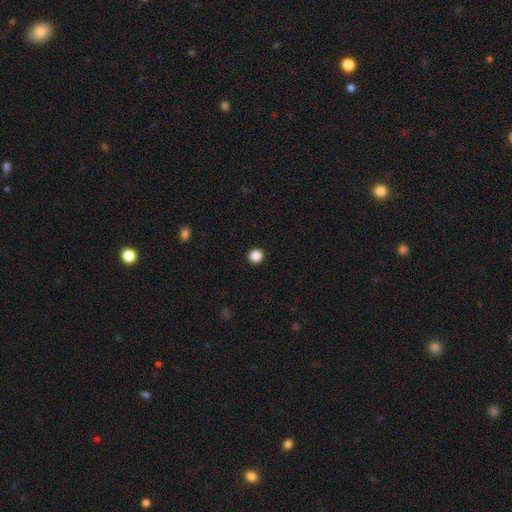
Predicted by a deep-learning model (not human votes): This appears to be a smooth galaxy with no disk features (87%) that is round (95%). Merging: none (94%).